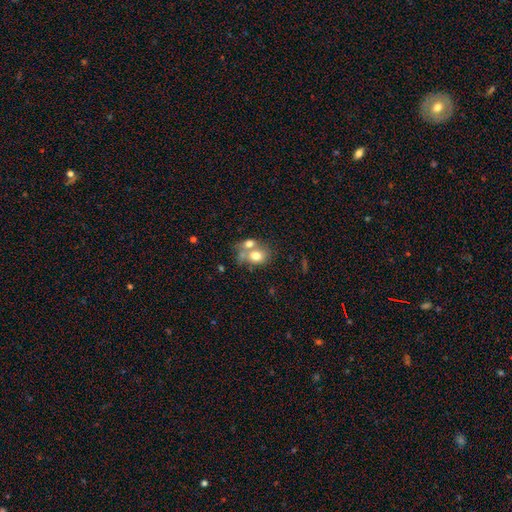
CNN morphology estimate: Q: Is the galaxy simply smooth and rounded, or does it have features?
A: smooth — 70%.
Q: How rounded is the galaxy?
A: round — 53%.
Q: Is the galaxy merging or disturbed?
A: merger — 54%.